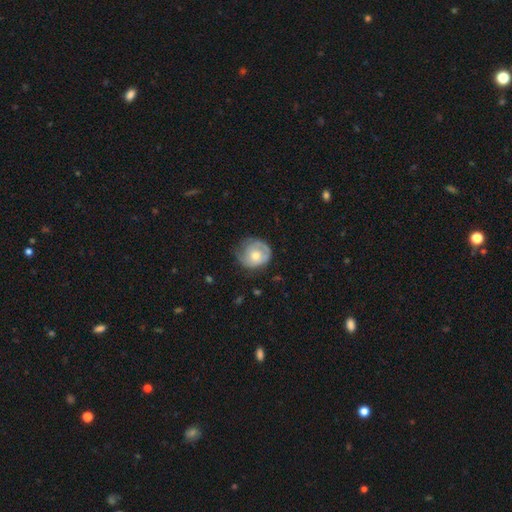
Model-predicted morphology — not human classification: The model was most divided on "smooth or featured": featured or disk: 48%, smooth: 45%, star or artifact: 6%. More confident: merging — none (56%).